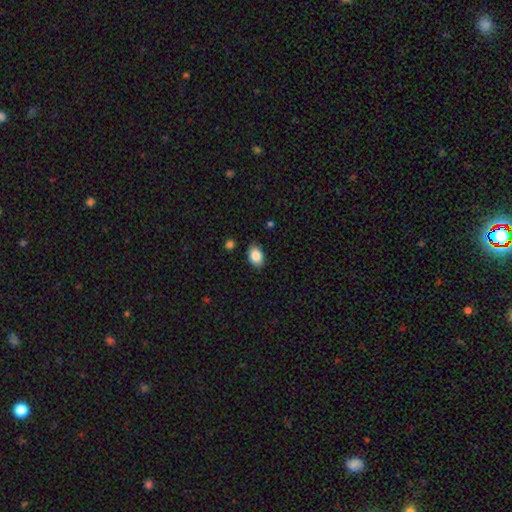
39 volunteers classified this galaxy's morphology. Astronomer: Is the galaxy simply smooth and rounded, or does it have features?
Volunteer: smooth — 85%.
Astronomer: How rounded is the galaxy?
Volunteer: in between — 88%.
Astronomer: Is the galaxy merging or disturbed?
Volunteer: none — 79%.